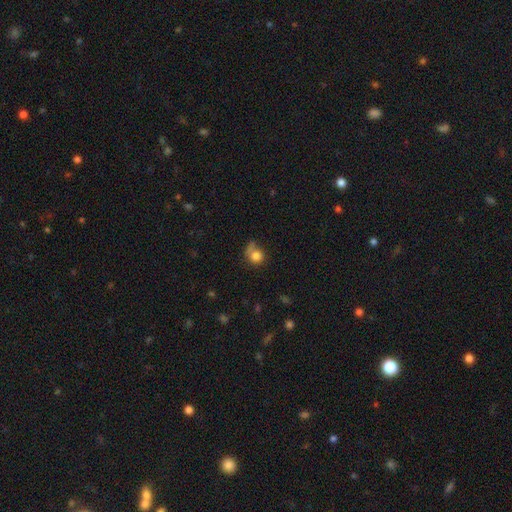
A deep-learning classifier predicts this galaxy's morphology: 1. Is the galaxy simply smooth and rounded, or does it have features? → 77% smooth, 12% featured or disk, 10% star or artifact.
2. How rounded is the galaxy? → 80% round, 19% in between, 1% cigar-shaped.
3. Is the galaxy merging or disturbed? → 45% none, 24% minor disturbance, 20% major disturbance, 11% merger.